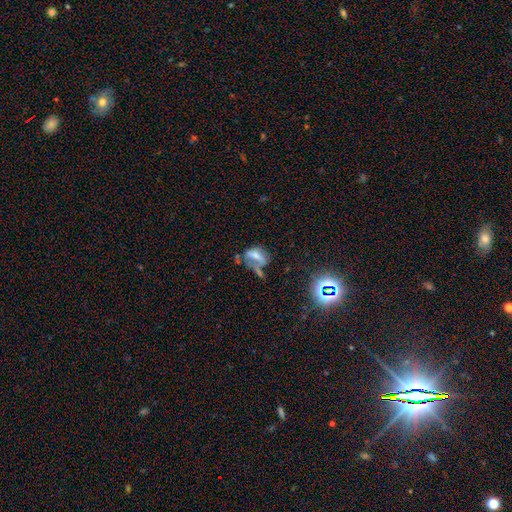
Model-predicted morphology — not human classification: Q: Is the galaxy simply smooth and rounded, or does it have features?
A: smooth — 42%.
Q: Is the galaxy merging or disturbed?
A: major disturbance — 29%.